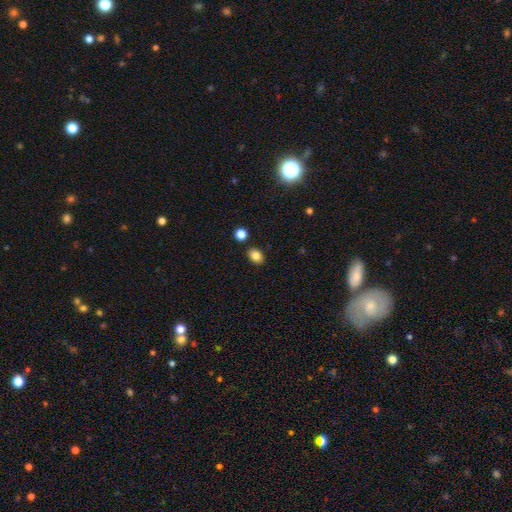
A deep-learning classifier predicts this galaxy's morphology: smooth 83%, star or artifact 11%, featured or disk 6%. Down the decision tree: how rounded — in between (58%); merging — none (84%).